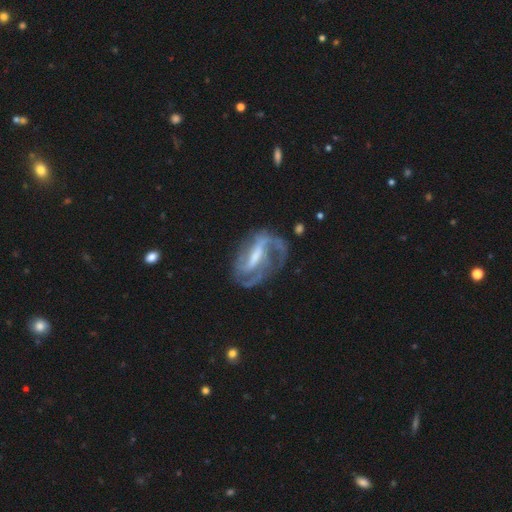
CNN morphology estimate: Q: Smooth or featured?
A: featured or disk (85%); runner-up: smooth (9%)
Q: Edge-on disk?
A: no (95%); runner-up: yes (5%)
Q: Bar?
A: strong (56%); runner-up: weak (33%)
Q: Spiral arms?
A: yes (93%); runner-up: no (7%)
Q: Spiral winding?
A: medium (45%); runner-up: tight (35%)
Q: Spiral arm count?
A: 2 (46%); runner-up: 3 (20%)
Q: Bulge size?
A: moderate (40%); runner-up: small (30%)
Q: Merging?
A: none (55%); runner-up: major disturbance (21%)